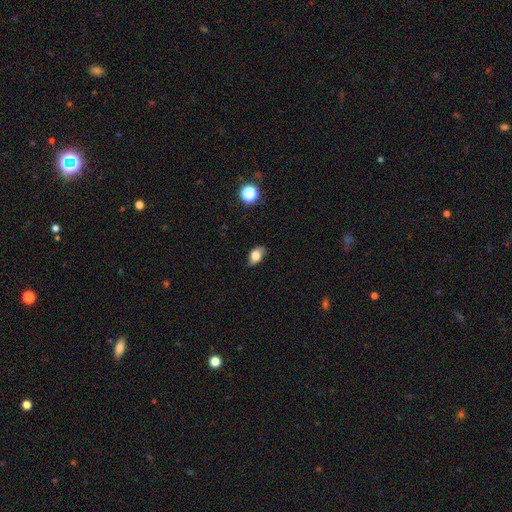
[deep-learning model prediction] Q: Smooth or featured?
A: smooth (72%); runner-up: featured or disk (18%)
Q: How rounded?
A: in between (83%); runner-up: round (15%)
Q: Merging?
A: none (76%); runner-up: minor disturbance (19%)